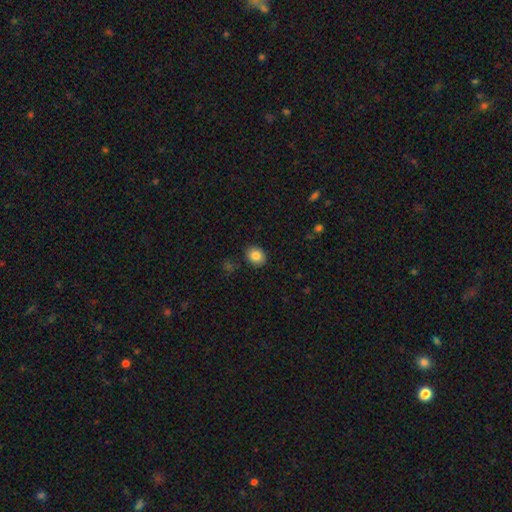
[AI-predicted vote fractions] This is clearly a smooth galaxy (85%). How rounded: possibly round (55%). Merging: clearly none (88%).